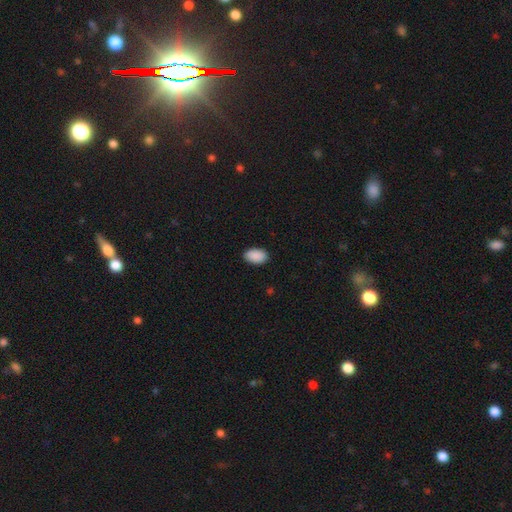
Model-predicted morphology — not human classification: This appears to be a smooth galaxy with no disk features (91%) that is in between round and cigar-shaped (93%). Merging: none (88%).